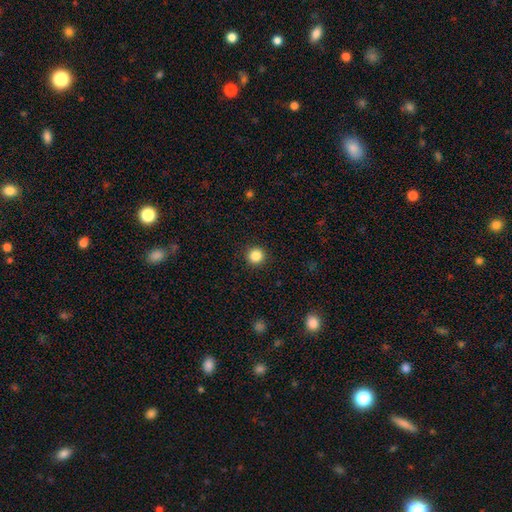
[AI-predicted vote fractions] This appears to be a smooth galaxy with no disk features (86%) that is round (95%). Merging: none (92%).